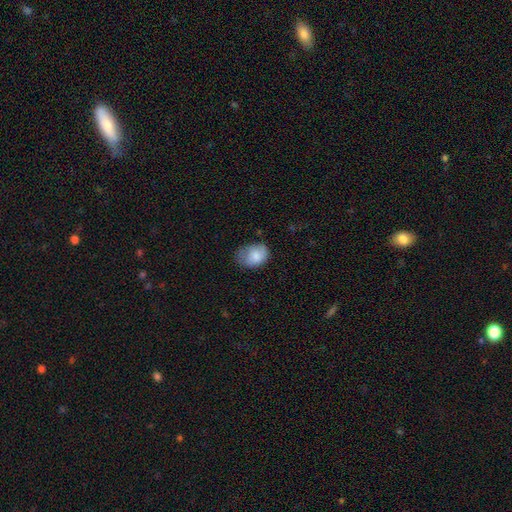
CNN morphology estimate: This appears to be a smooth galaxy with no disk features (79%) that is in between round and cigar-shaped (68%). Merging: none (46%).